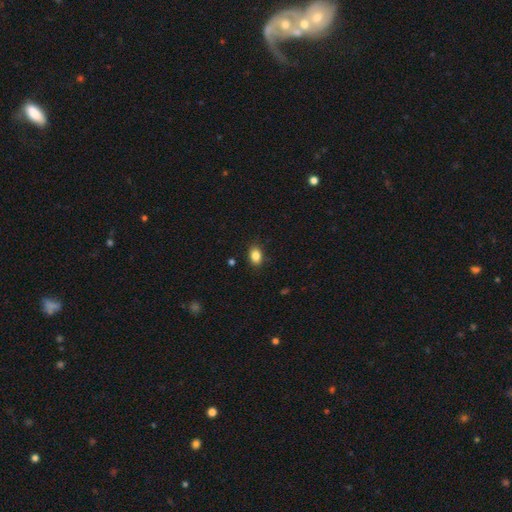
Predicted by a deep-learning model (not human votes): This appears to be a smooth galaxy with no disk features (86%) that is in between round and cigar-shaped (79%). Merging: none (87%).